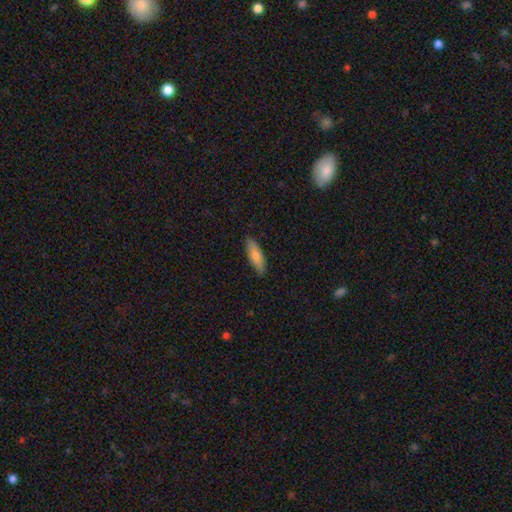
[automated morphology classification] smooth-or-featured: smooth: 78% | featured or disk: 16% | star or artifact: 6%
  how-rounded: cigar-shaped: 51% | in between: 47% | round: 2%
  merging: none: 88% | minor disturbance: 10% | major disturbance: 2% | merger: 1%